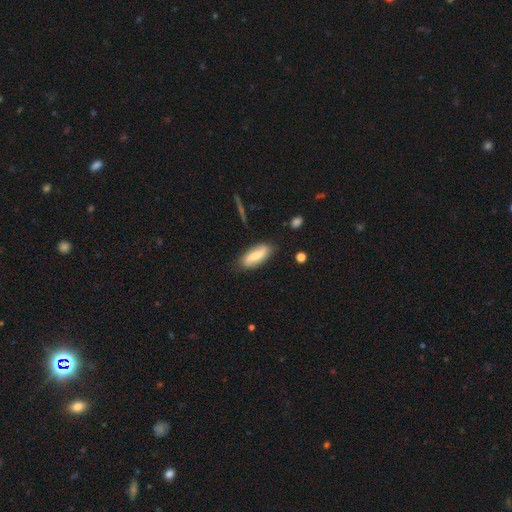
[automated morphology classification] The model was most divided on "smooth or featured": smooth: 48%, featured or disk: 45%, star or artifact: 7%. More confident: merging — none (80%).